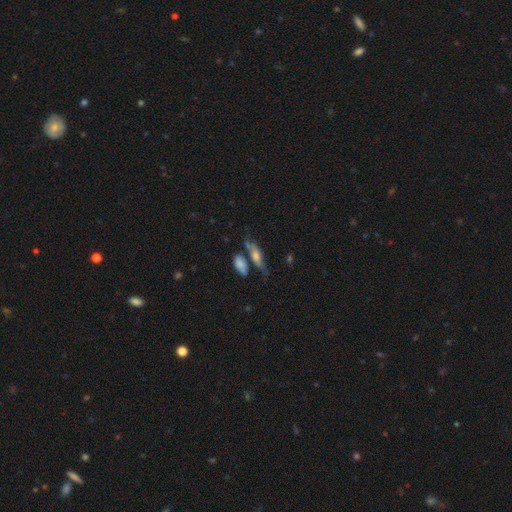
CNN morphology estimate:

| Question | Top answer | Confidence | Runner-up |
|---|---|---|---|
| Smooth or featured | smooth | 47% | featured or disk (43%) |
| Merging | none | 49% | merger (23%) |